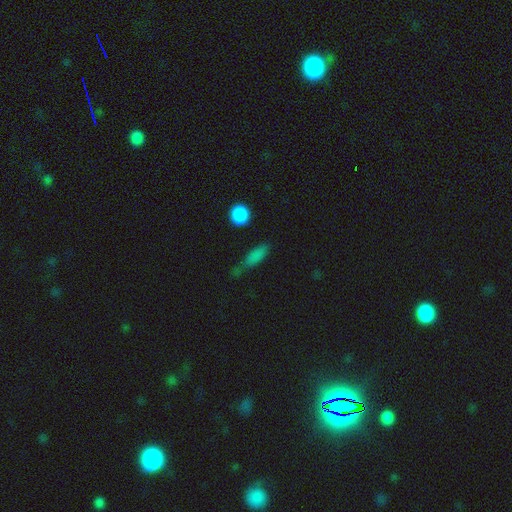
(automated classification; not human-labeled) This is likely a smooth galaxy (77%). How rounded: possibly cigar-shaped (47%). Merging: possibly none (49%).